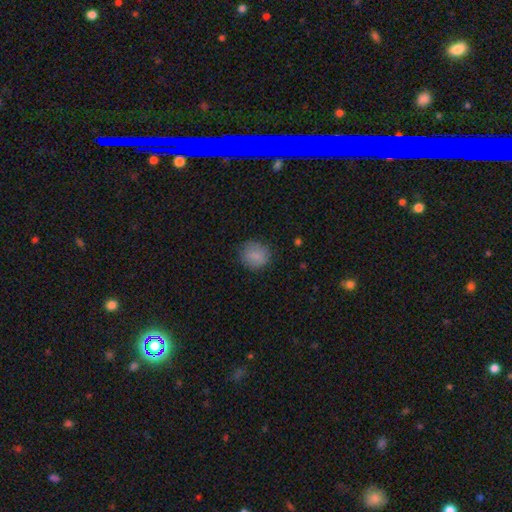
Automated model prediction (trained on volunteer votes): Overall: smooth (85%). How rounded: round (82%). Merging: none (81%).